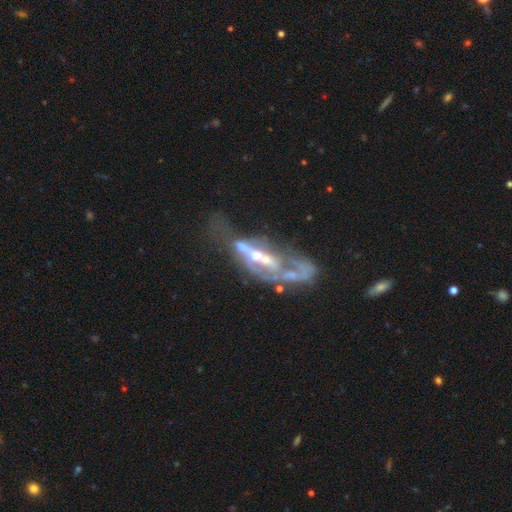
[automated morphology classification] A featured or disk galaxy (75%) with no bar (66%), no spiral arms (64%) and a moderate central bulge (57%).

Vote fractions:
- Smooth or featured? featured or disk: 75% / smooth: 15% / star or artifact: 10%
- Edge-on disk? no: 86% / yes: 14%
- Bar? no: 66% / weak: 20% / strong: 14%
- Spiral arms? no: 64% / yes: 36%
- Bulge size? moderate: 57% / small: 26% / large: 8% / none: 7% / dominant: 2%
- Merging? merger: 46% / major disturbance: 29% / none: 16% / minor disturbance: 10%